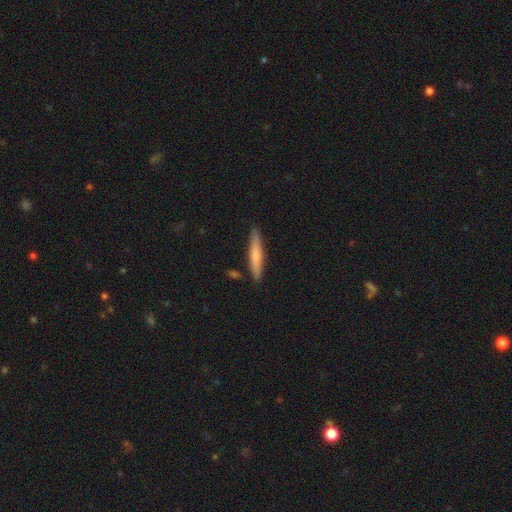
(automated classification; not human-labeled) smooth-or-featured: smooth: 68% | featured or disk: 27% | star or artifact: 5%
  how-rounded: cigar-shaped: 92% | in between: 7% | round: 1%
  merging: none: 87% | minor disturbance: 9% | merger: 2% | major disturbance: 2%